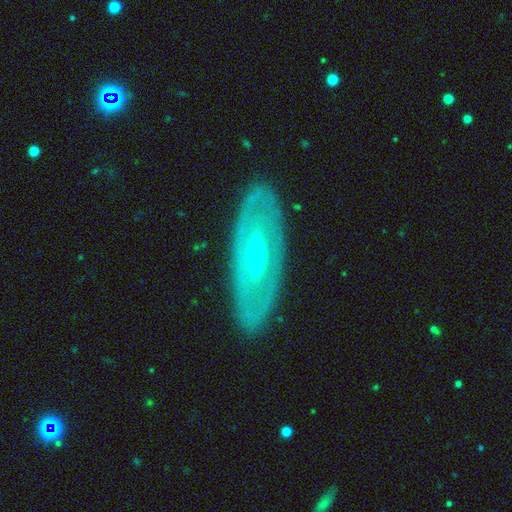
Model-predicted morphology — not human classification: Smooth or featured? featured or disk (77%)
Edge-on disk? no (83%)
Bar? no (48%)
Spiral arms? no (57%)
Bulge size? small (66%)
Merging? none (84%)